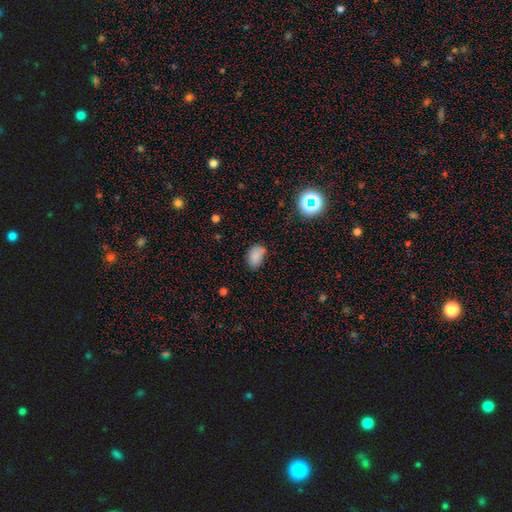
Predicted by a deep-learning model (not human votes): A smooth galaxy with no disk features (83%) that is in between round and cigar-shaped (86%). Merging: none (66%).